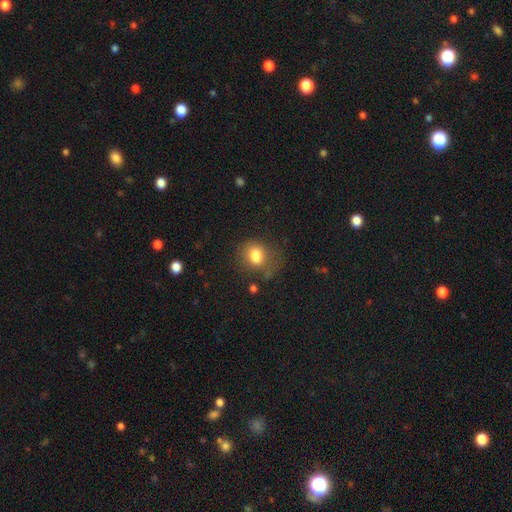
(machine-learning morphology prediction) This appears to be a smooth galaxy with no disk features (78%) that is in between round and cigar-shaped (49%, tied with round). Merging: none (52%).